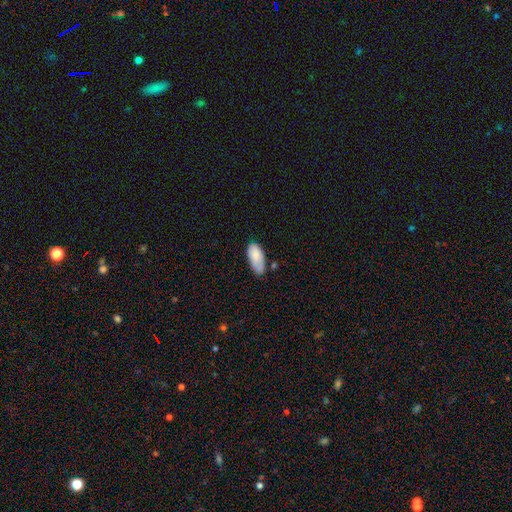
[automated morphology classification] type=smooth (81%); roundness=in between (91%); merging=none (52%).